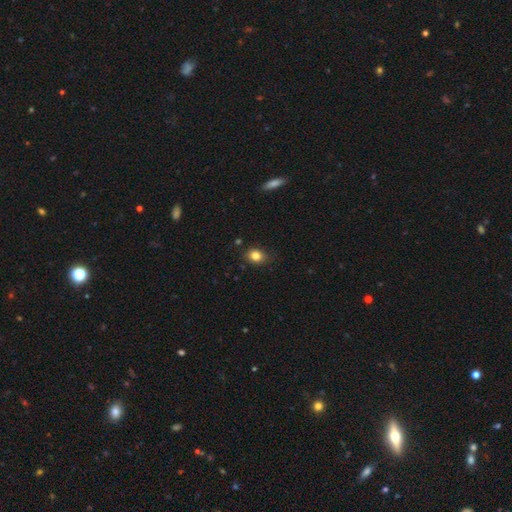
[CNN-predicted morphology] Smooth or featured? smooth (83%)
How rounded? in between (51%)
Merging? none (82%)